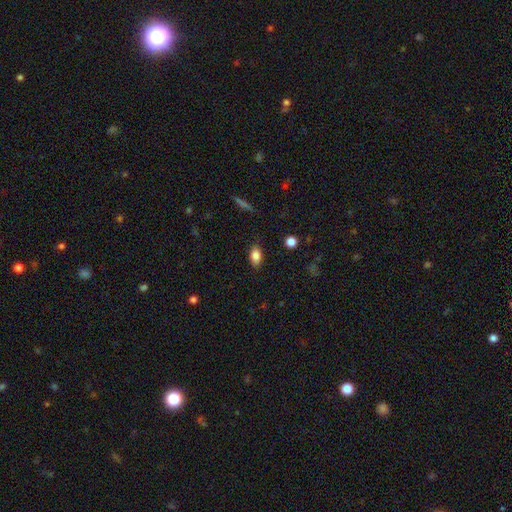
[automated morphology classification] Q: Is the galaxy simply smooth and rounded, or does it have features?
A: smooth — 84%.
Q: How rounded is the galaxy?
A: in between — 87%.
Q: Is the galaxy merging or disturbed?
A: none — 86%.